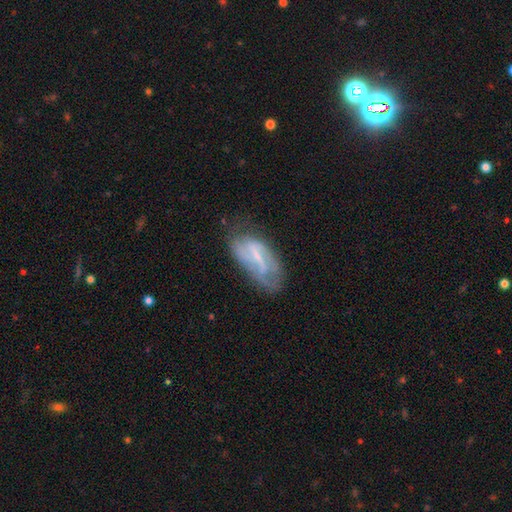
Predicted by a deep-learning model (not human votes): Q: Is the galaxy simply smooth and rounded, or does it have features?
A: featured or disk — 64%.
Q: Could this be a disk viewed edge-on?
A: no — 92%.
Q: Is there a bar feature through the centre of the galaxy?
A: weak — 42%.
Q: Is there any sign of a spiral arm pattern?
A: yes — 70%.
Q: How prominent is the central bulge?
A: small — 44%.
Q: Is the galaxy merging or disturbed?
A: none — 52%.